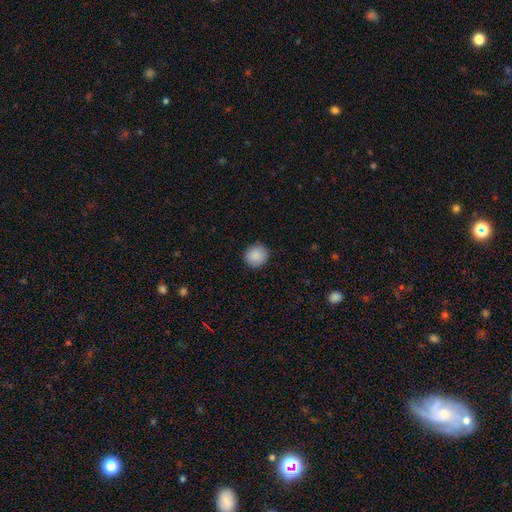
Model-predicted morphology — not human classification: This appears to be a smooth galaxy with no disk features (89%) that is round (91%). Merging: none (90%).